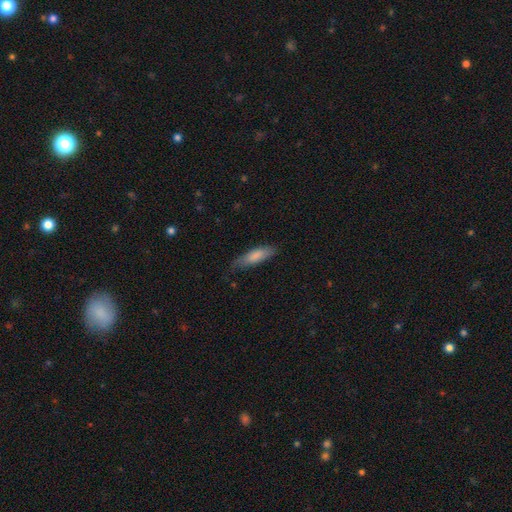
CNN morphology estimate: smooth-or-featured: smooth: 80% | featured or disk: 15% | star or artifact: 5%
  how-rounded: cigar-shaped: 54% | in between: 44% | round: 2%
  merging: none: 67% | minor disturbance: 26% | major disturbance: 6% | merger: 1%